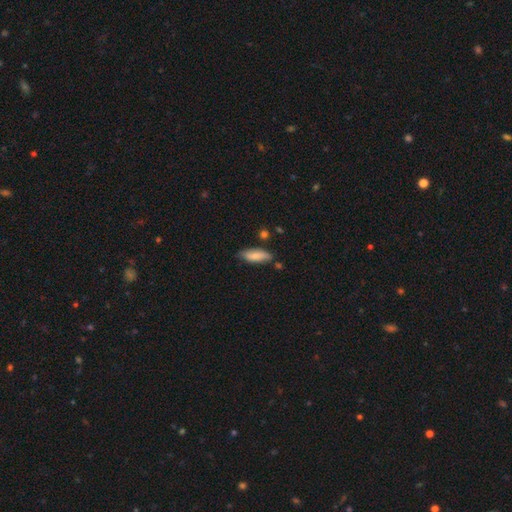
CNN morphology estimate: Smooth or featured? Predicted: smooth (p=0.78). How rounded? Predicted: in between (p=0.65). Merging? Predicted: none (p=0.74).